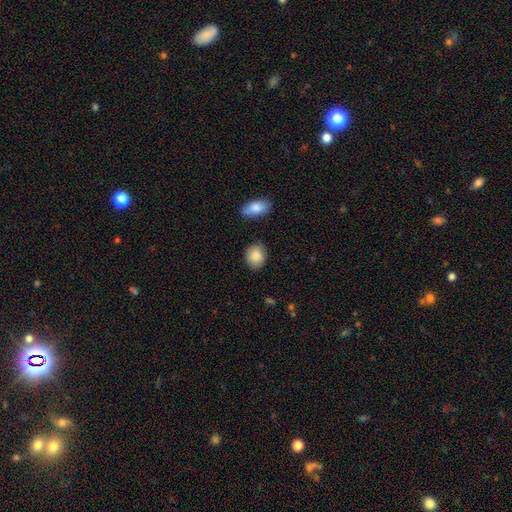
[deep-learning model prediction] Smooth or featured?
  - smooth: 88% *
  - star or artifact: 7%
  - featured or disk: 5%
How rounded?
  - round: 51% *
  - in between: 48%
  - cigar-shaped: 1%
Merging?
  - none: 84% *
  - minor disturbance: 11%
  - merger: 2%
  - major disturbance: 2%